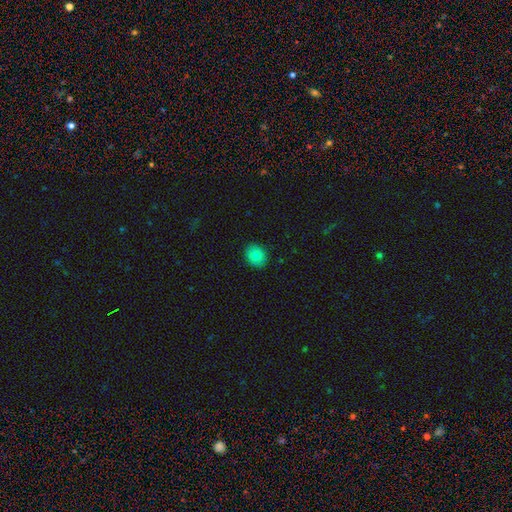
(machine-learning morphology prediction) smooth-or-featured: smooth: 80% | featured or disk: 10% | star or artifact: 10%
  how-rounded: round: 61% | in between: 38% | cigar-shaped: 1%
  merging: none: 89% | minor disturbance: 8% | major disturbance: 2% | merger: 1%